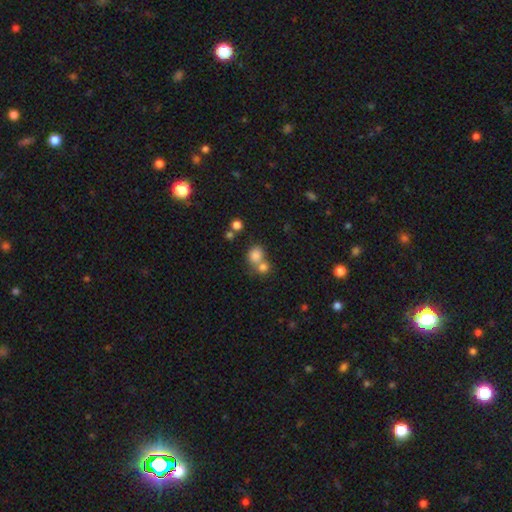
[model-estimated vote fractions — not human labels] Q: Smooth or featured?
A: smooth (79%); runner-up: star or artifact (12%)
Q: How rounded?
A: round (75%); runner-up: in between (24%)
Q: Merging?
A: merger (46%); runner-up: none (42%)